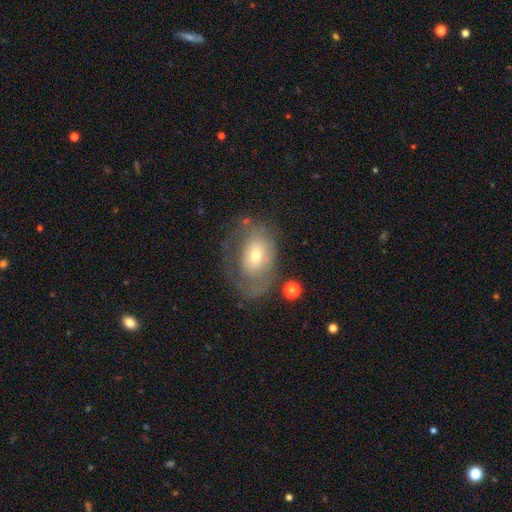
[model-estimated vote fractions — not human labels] Morphology: type=featured or disk (47%); merging=none (44%).